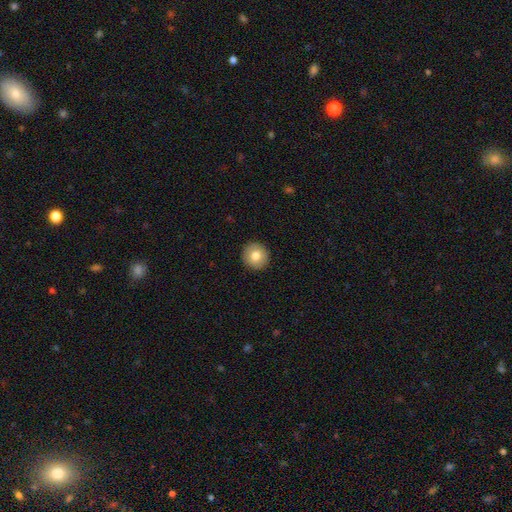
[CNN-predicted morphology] This appears to be a smooth galaxy with no disk features (80%) that is round (94%). Merging: none (92%).